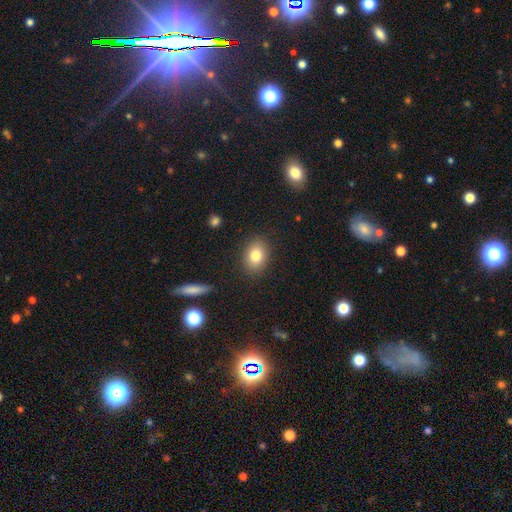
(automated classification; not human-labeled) Overall: smooth (80%). How rounded: in between (68%; round 31%). Merging: none (87%).